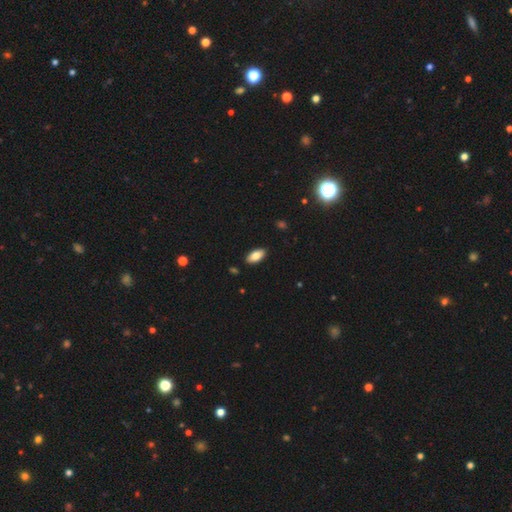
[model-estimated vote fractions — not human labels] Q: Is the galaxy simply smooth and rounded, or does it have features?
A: smooth — 81%.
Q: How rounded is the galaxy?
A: in between — 92%.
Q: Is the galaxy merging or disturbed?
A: none — 89%.